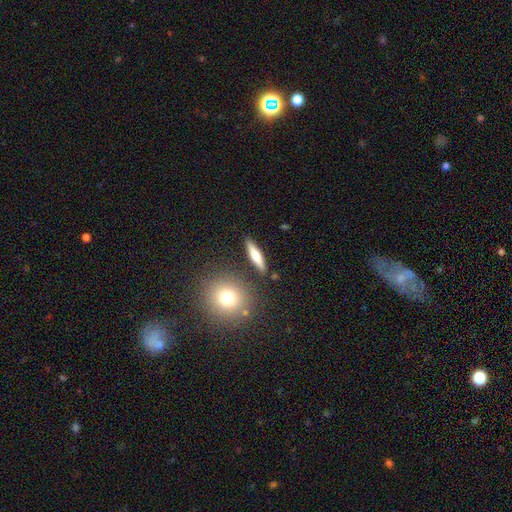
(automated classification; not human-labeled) Smooth or featured: smooth — 58% (featured or disk — 35%)
How rounded: cigar-shaped — 77% (in between — 18%)
Merging: none — 87% (minor disturbance — 8%)